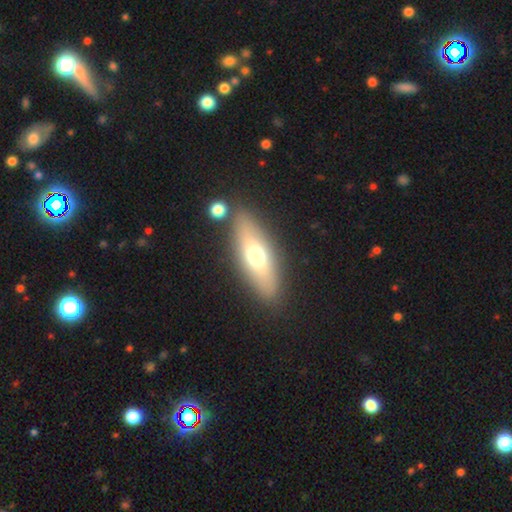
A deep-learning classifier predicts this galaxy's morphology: Smooth or featured?
  - smooth: 58% *
  - featured or disk: 34%
  - star or artifact: 8%
How rounded?
  - in between: 55% *
  - cigar-shaped: 42%
  - round: 3%
Merging?
  - none: 82% *
  - minor disturbance: 10%
  - merger: 5%
  - major disturbance: 3%